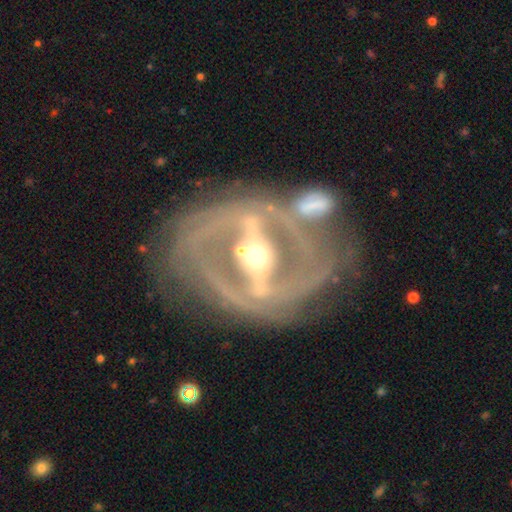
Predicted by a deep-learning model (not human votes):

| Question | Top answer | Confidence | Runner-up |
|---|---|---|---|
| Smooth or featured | featured or disk | 88% | star or artifact (6%) |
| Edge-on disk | no | 91% | yes (9%) |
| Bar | strong | 77% | weak (16%) |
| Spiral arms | yes | 78% | no (22%) |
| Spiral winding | tight | 51% | medium (36%) |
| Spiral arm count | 2 | 57% | can't tell (22%) |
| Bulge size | moderate | 58% | small (35%) |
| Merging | none | 56% | minor disturbance (16%) |